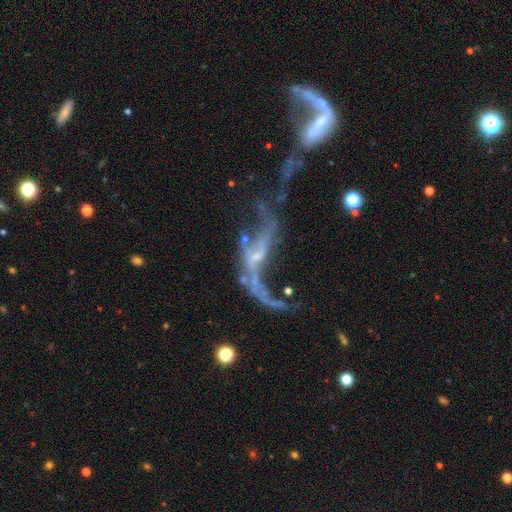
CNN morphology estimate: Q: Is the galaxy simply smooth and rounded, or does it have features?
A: featured or disk — 81%.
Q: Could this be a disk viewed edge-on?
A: no — 89%.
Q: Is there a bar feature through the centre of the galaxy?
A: no — 49%.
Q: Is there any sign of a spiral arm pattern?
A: yes — 73%.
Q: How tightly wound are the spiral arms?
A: loose — 94%.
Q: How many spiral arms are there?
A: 2 — 79%.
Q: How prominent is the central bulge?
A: small — 50%.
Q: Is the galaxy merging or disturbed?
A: major disturbance — 37%.